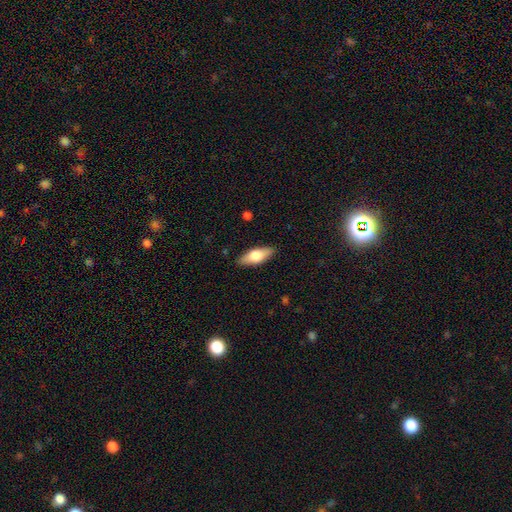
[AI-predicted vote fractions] smooth-or-featured: smooth: 64% | featured or disk: 30% | star or artifact: 6%
  how-rounded: in between: 73% | cigar-shaped: 24% | round: 3%
  merging: none: 88% | minor disturbance: 9% | major disturbance: 2% | merger: 1%